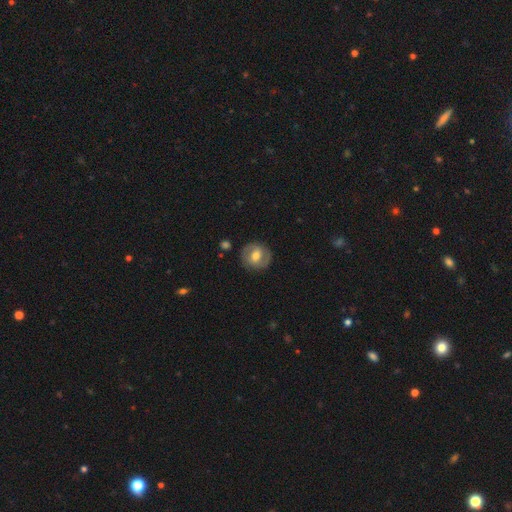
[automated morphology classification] type=smooth (47%, tied with featured or disk); merging=none (84%).